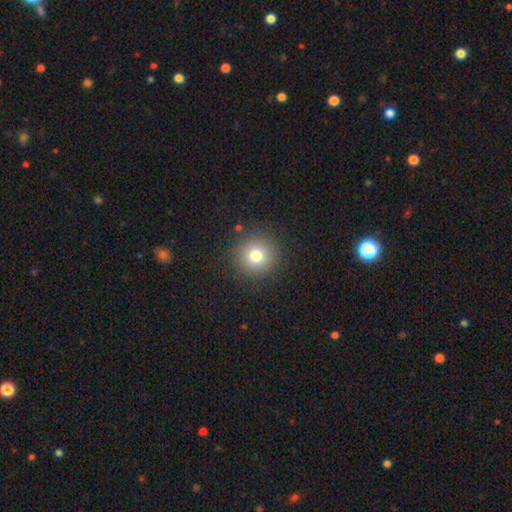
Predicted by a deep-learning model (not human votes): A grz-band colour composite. It shows a smooth galaxy with no disk features (77%) that is round (93%). Merging: none (89%).